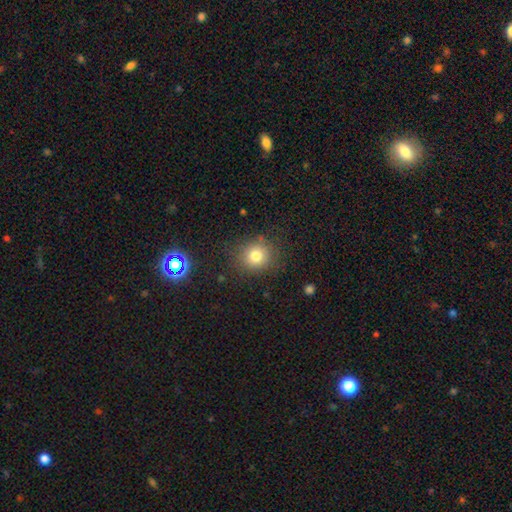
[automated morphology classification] A smooth galaxy with no disk features (78%) that is round (85%). Merging: none (84%).